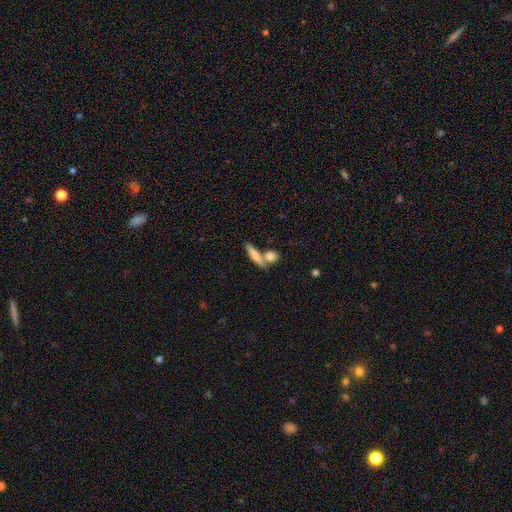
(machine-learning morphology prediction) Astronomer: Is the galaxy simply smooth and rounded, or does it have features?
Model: smooth — 73%.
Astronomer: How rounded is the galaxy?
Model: cigar-shaped — 67%.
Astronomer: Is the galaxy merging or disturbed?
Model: none — 58%.